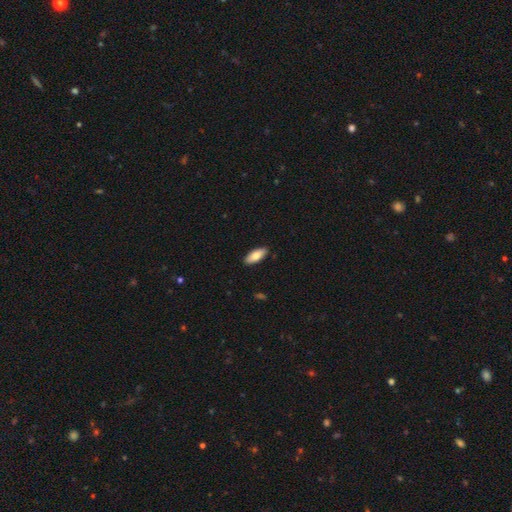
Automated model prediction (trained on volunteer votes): A smooth galaxy with no disk features (78%) that is in between round and cigar-shaped (82%).

Vote fractions:
- Smooth or featured? smooth: 78% / featured or disk: 16% / star or artifact: 6%
- How rounded? in between: 82% / cigar-shaped: 16% / round: 2%
- Merging? none: 89% / minor disturbance: 8% / major disturbance: 2% / merger: 1%